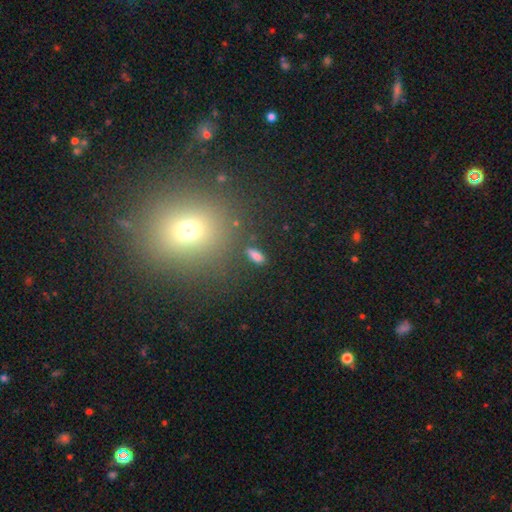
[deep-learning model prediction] Smooth or featured: smooth — 81% (star or artifact — 13%)
How rounded: in between — 77% (cigar-shaped — 16%)
Merging: none — 85% (minor disturbance — 8%)